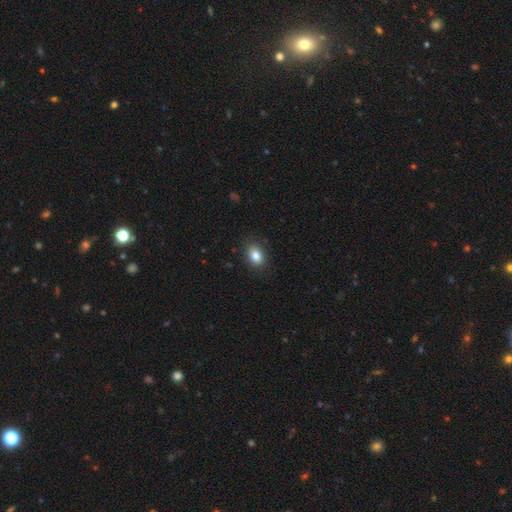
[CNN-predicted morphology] A smooth galaxy with no disk features (85%) that is in between round and cigar-shaped (76%). Merging: none (86%).